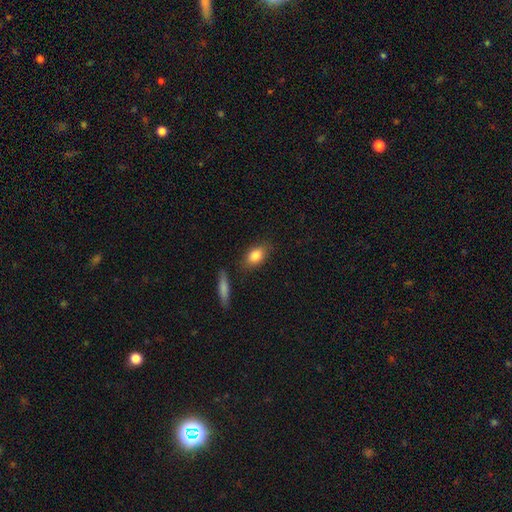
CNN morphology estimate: Smooth or featured?
  - smooth: 82% *
  - featured or disk: 11%
  - star or artifact: 7%
How rounded?
  - in between: 81% *
  - round: 12%
  - cigar-shaped: 7%
Merging?
  - none: 80% *
  - minor disturbance: 13%
  - merger: 4%
  - major disturbance: 3%